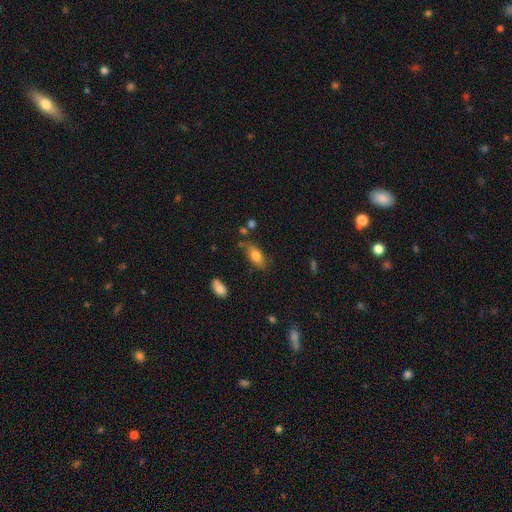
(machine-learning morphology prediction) Smooth or featured?
  - smooth: 74% *
  - featured or disk: 18%
  - star or artifact: 8%
How rounded?
  - in between: 82% *
  - cigar-shaped: 14%
  - round: 4%
Merging?
  - none: 71% *
  - minor disturbance: 20%
  - merger: 5%
  - major disturbance: 5%